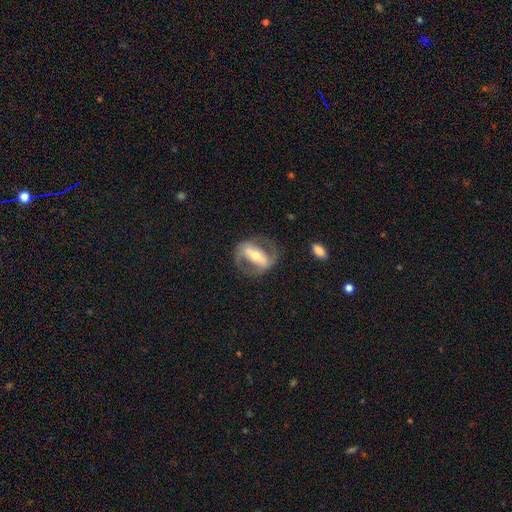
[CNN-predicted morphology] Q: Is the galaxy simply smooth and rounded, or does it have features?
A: featured or disk — 77%.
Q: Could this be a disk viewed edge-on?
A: no — 90%.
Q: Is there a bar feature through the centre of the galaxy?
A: strong — 68%.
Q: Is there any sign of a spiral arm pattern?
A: yes — 71%.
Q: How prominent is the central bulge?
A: moderate — 57%.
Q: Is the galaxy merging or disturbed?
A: none — 72%.